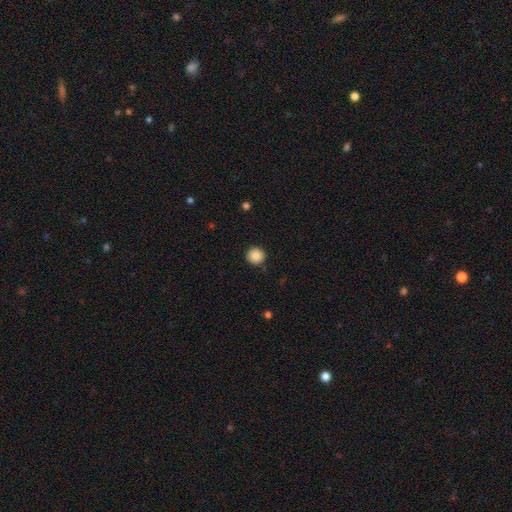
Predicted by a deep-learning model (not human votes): Smooth or featured?
  - smooth: 88% *
  - star or artifact: 9%
  - featured or disk: 3%
How rounded?
  - round: 94% *
  - in between: 5%
  - cigar-shaped: 1%
Merging?
  - none: 91% *
  - minor disturbance: 6%
  - major disturbance: 2%
  - merger: 1%